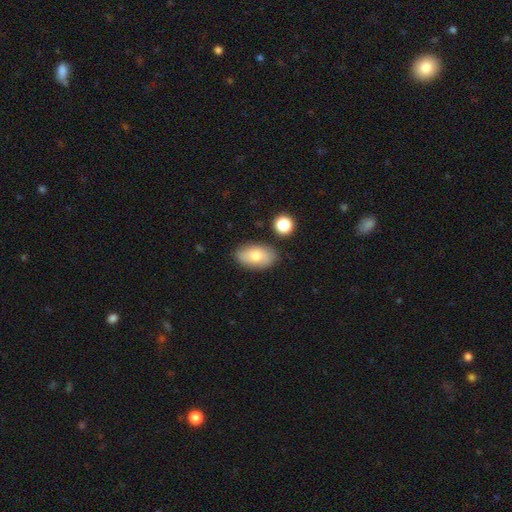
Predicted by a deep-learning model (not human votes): Overall: smooth (74%). How rounded: in between (92%). Merging: none (80%).